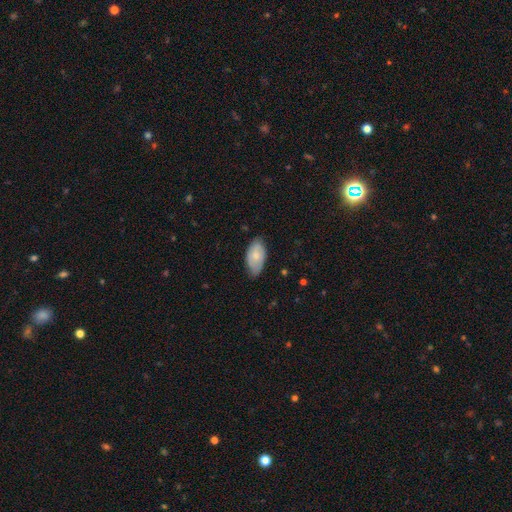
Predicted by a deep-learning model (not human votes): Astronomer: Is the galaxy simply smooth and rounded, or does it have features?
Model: smooth — 66%.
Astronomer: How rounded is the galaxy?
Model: in between — 94%.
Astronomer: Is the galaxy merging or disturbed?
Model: none — 69%.